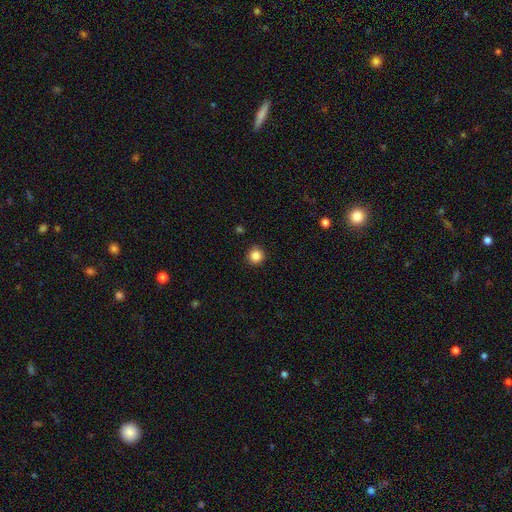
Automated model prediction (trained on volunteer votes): Smooth or featured? Predicted: smooth (p=0.86). How rounded? Predicted: round (p=0.94). Merging? Predicted: none (p=0.92).